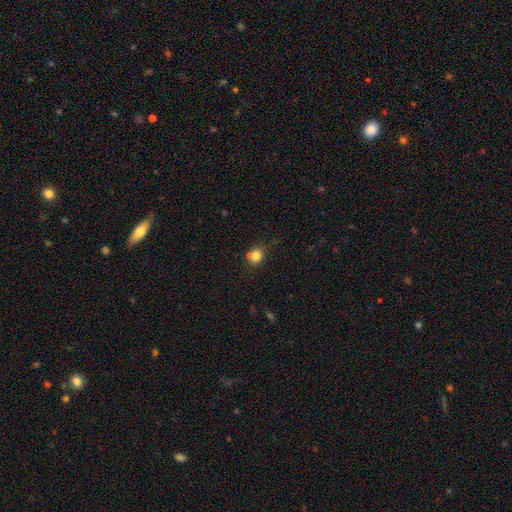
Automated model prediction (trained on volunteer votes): smooth 79%, star or artifact 12%, featured or disk 9%. Down the decision tree: how rounded — round (72%); merging — none (57%).